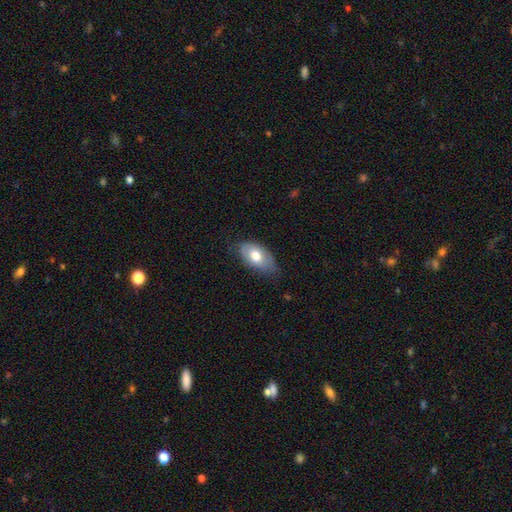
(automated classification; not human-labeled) This is likely a smooth galaxy (71%). How rounded: clearly in between (93%). Merging: likely none (61%).